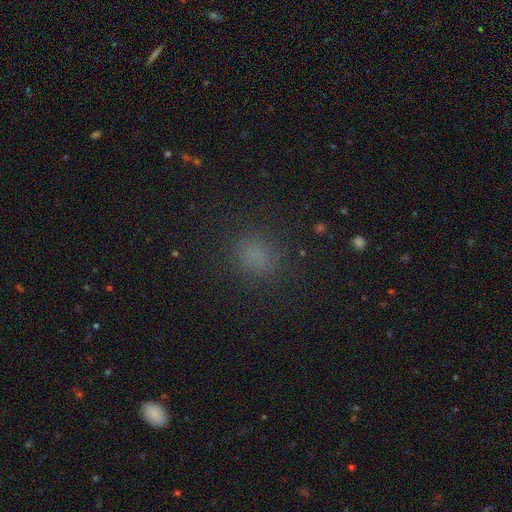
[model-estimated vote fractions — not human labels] smooth_or_featured: smooth (p=0.77) [alt: star or artifact p=0.19]
how_rounded: round (p=0.70) [alt: in between p=0.29]
merging: none (p=0.85) [alt: minor disturbance p=0.09]